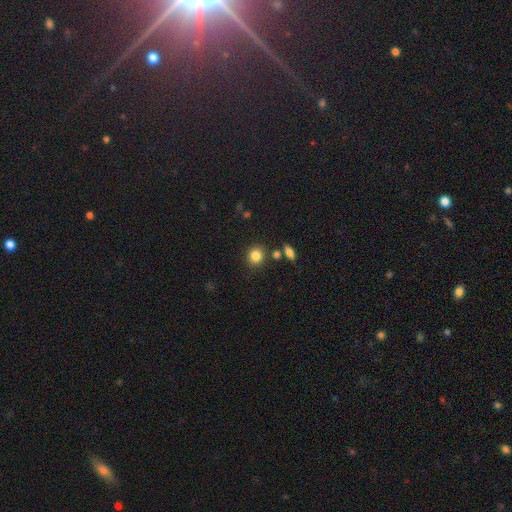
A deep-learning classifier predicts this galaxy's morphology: Q: Smooth or featured?
A: smooth (84%); runner-up: star or artifact (10%)
Q: How rounded?
A: round (84%); runner-up: in between (15%)
Q: Merging?
A: none (81%); runner-up: minor disturbance (9%)